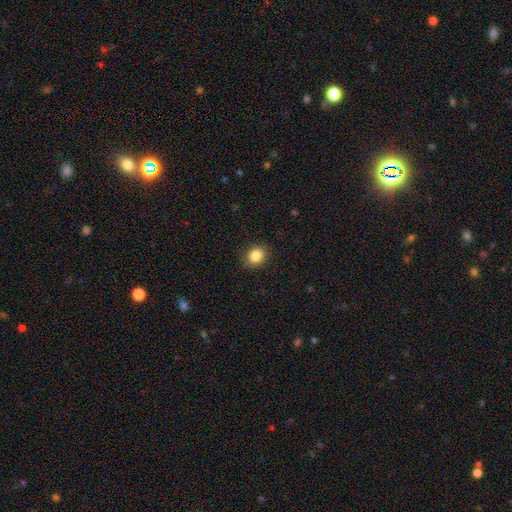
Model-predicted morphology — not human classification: Q: Smooth or featured?
A: smooth (85%); runner-up: star or artifact (10%)
Q: How rounded?
A: round (62%); runner-up: in between (37%)
Q: Merging?
A: none (88%); runner-up: minor disturbance (9%)